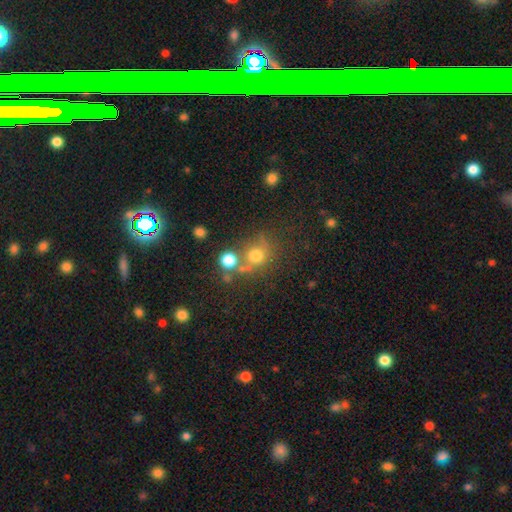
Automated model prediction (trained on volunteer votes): This is likely a smooth galaxy (70%). How rounded: clearly round (85%). Merging: possibly none (54%).